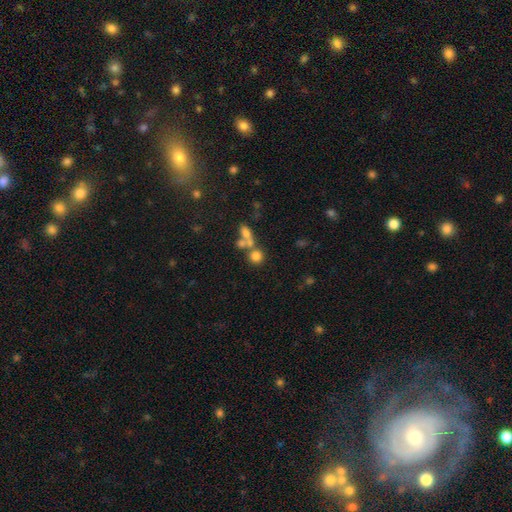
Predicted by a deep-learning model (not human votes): Smooth or featured? Predicted: smooth (p=0.71). How rounded? Predicted: round (p=0.85). Merging? Predicted: none (p=0.47).